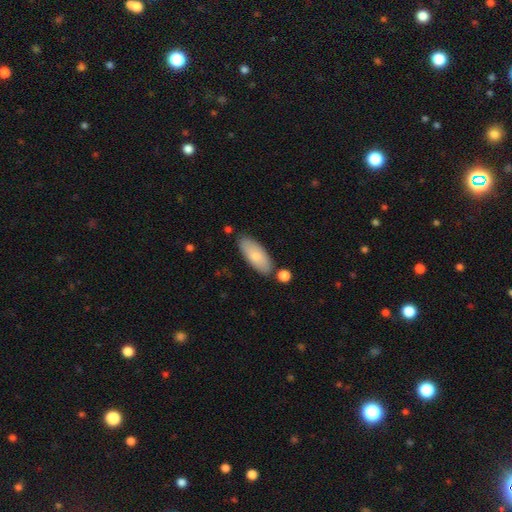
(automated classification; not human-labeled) smooth 78%, featured or disk 17%, star or artifact 6%. Down the decision tree: how rounded — in between (83%); merging — none (79%).